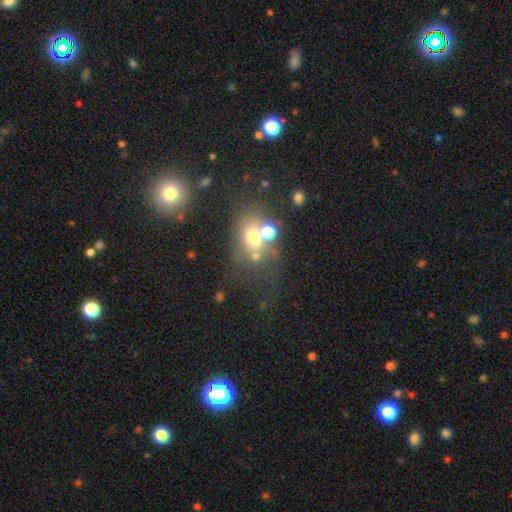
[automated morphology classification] smooth 58%, featured or disk 22%, star or artifact 20%. Down the decision tree: how rounded — round (52%); merging — none (42%).